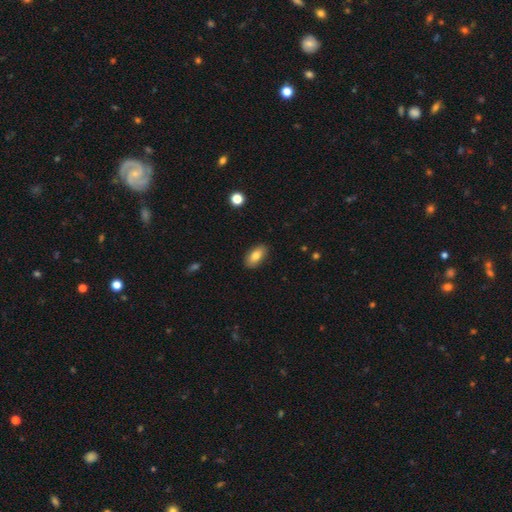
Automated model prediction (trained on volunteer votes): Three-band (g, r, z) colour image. It shows a smooth galaxy with no disk features (81%) that is in between round and cigar-shaped (91%). Merging: none (88%).